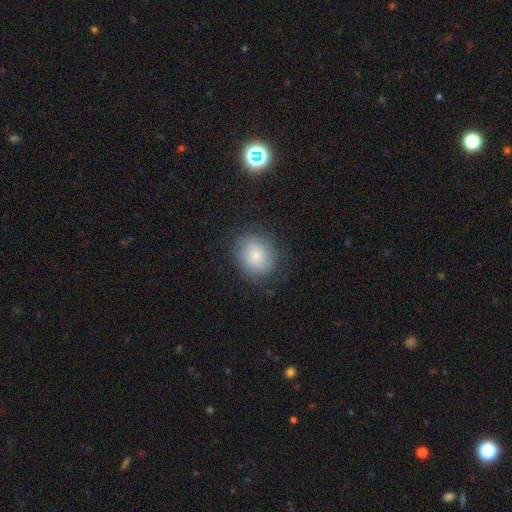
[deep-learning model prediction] Smooth or featured: smooth — 71% (featured or disk — 20%)
How rounded: round — 62% (in between — 37%)
Merging: none — 72% (minor disturbance — 19%)